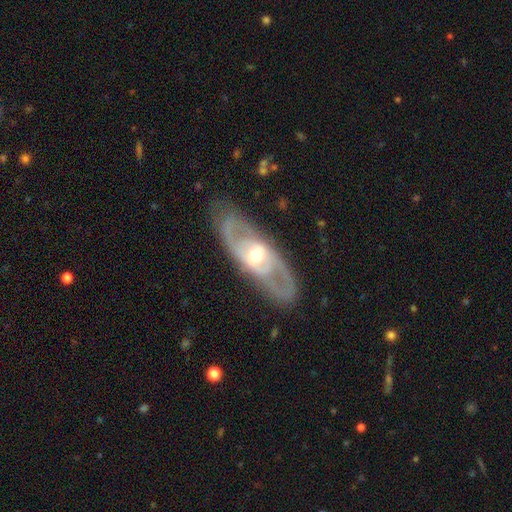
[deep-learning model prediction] Overall: featured or disk (80%). Edge-on disk: no (84%). Bar: no (53%; weak 32%). Spiral arms: yes (66%; no 34%). Bulge size: moderate (69%). Merging: none (82%).